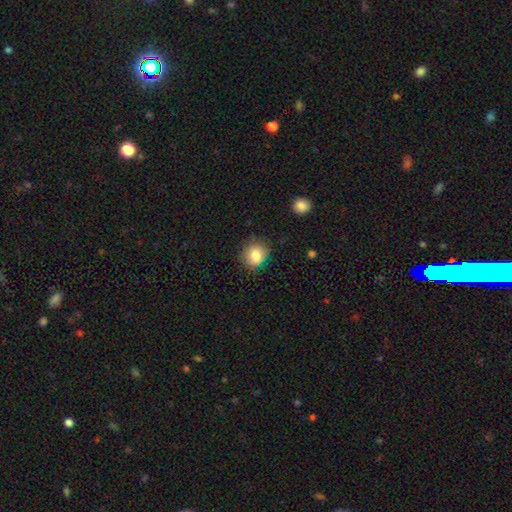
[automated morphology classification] Q: Smooth or featured?
A: smooth (83%); runner-up: star or artifact (9%)
Q: How rounded?
A: round (71%); runner-up: in between (28%)
Q: Merging?
A: none (79%); runner-up: minor disturbance (16%)